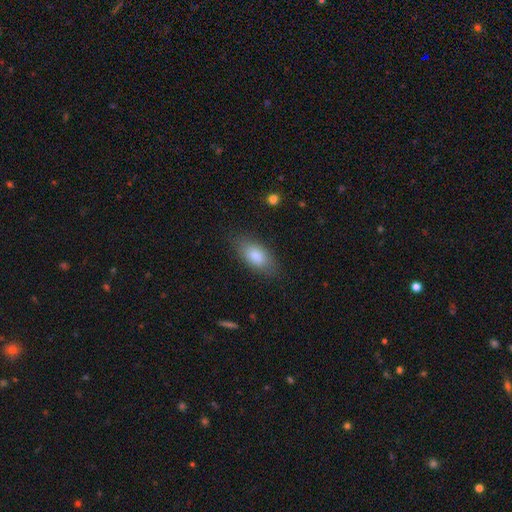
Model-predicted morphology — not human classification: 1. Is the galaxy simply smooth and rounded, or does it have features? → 84% smooth, 9% featured or disk, 7% star or artifact.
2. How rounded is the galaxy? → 88% in between, 9% cigar-shaped, 4% round.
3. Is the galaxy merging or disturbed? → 80% none, 14% minor disturbance, 4% major disturbance, 1% merger.